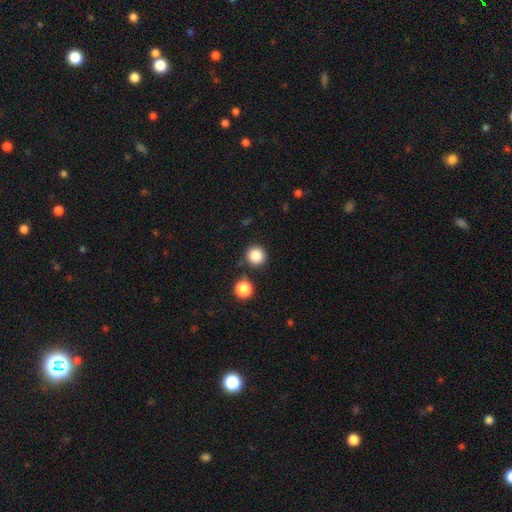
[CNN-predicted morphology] Smooth or featured? Predicted: smooth (p=0.86). How rounded? Predicted: round (p=0.92). Merging? Predicted: none (p=0.84).